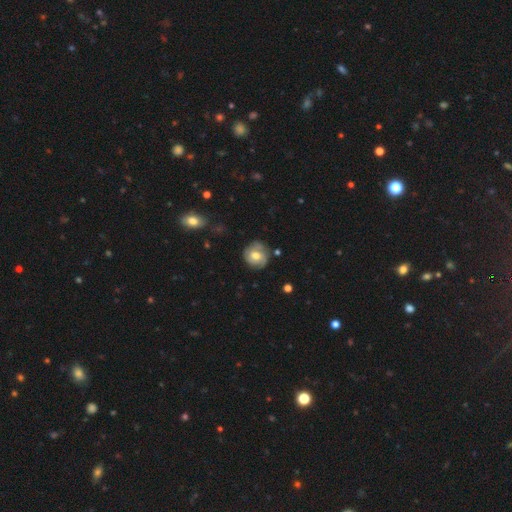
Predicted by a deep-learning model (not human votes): Smooth or featured? Predicted: smooth (p=0.49). Merging? Predicted: none (p=0.72).